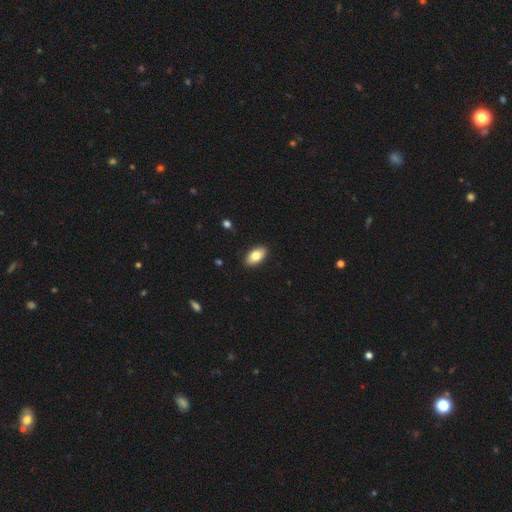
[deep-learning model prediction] Smooth or featured? smooth (81%)
How rounded? in between (93%)
Merging? none (90%)